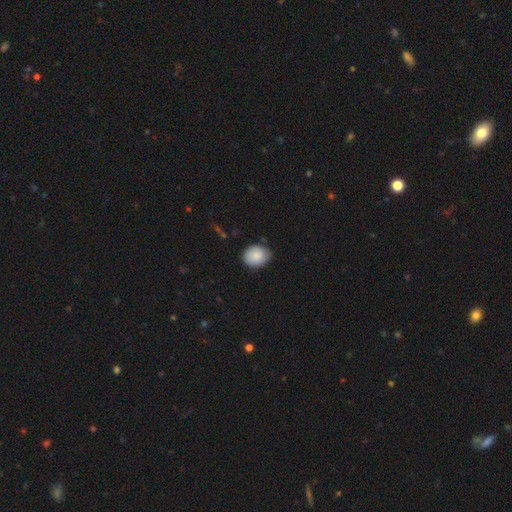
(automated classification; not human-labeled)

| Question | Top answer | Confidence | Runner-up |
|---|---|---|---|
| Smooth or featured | smooth | 87% | star or artifact (7%) |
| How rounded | round | 64% | in between (35%) |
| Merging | none | 78% | minor disturbance (18%) |